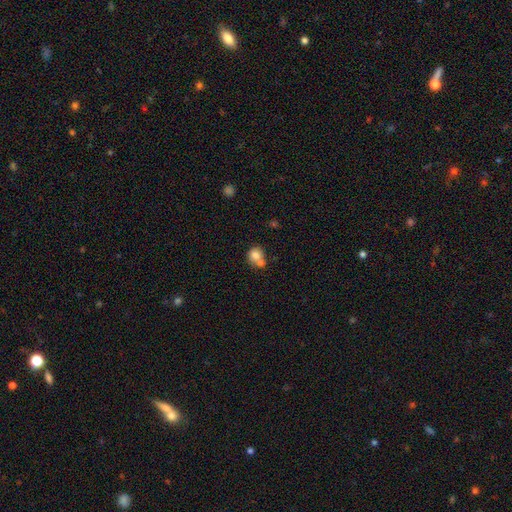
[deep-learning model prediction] A smooth galaxy with no disk features (77%) that is round (78%). Merging: merger (47%).